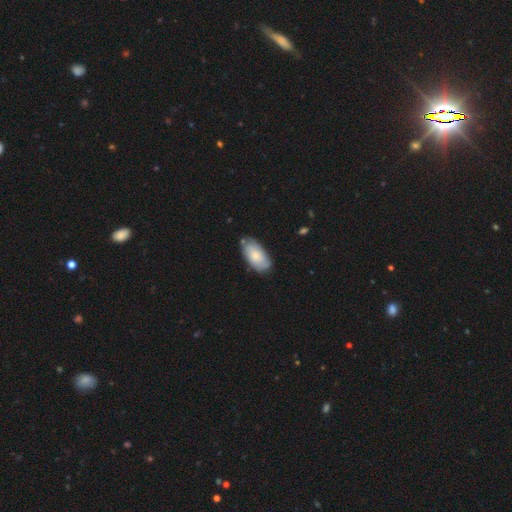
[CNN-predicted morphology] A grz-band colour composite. It shows a smooth galaxy with no disk features (72%) that is in between round and cigar-shaped (94%). Merging: none (72%).